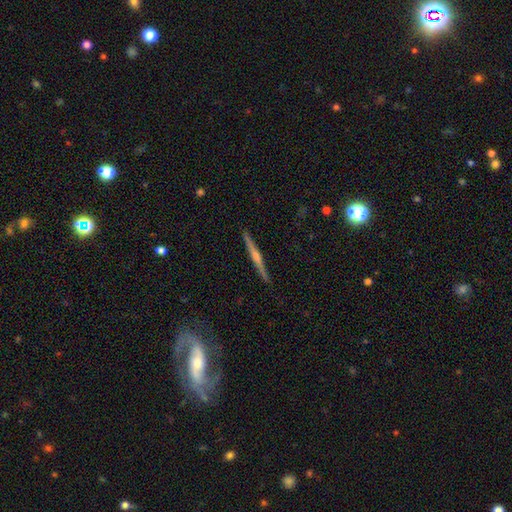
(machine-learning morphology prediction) A featured or disk galaxy (75%) viewed edge-on (88%) with a rounded central bulge (73%). Merging: none (83%).